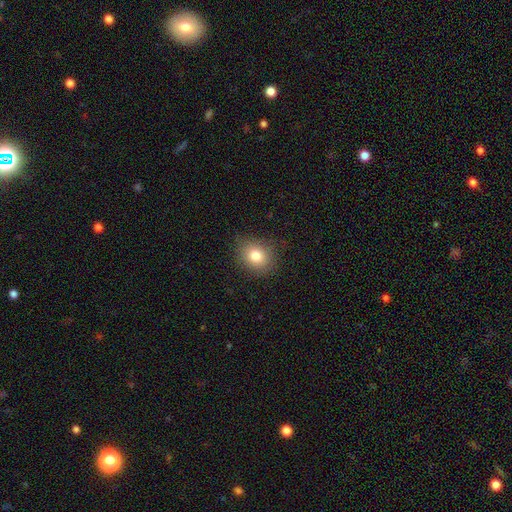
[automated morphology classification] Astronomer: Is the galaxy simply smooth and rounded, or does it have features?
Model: smooth — 81%.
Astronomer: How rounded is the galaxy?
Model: round — 64%.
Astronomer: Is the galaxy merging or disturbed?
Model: none — 83%.